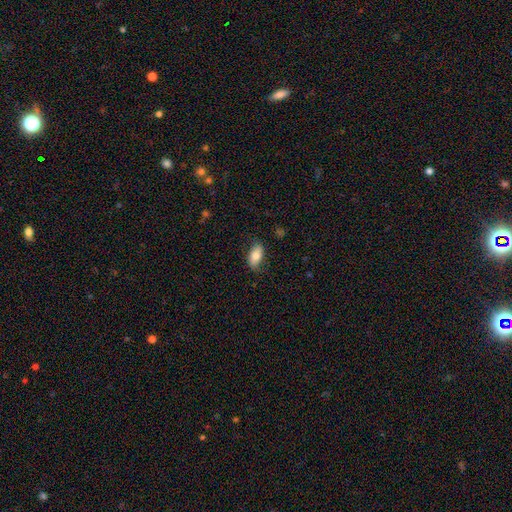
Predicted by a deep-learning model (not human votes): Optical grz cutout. It shows a smooth galaxy with no disk features (78%) that is in between round and cigar-shaped (90%). Merging: none (79%).